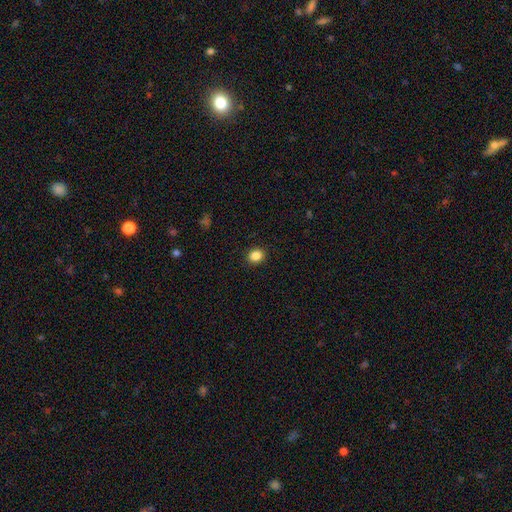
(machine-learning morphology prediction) A smooth galaxy with no disk features (86%) that is round (72%).

Vote fractions:
- Smooth or featured? smooth: 86% / star or artifact: 10% / featured or disk: 4%
- How rounded? round: 72% / in between: 27% / cigar-shaped: 1%
- Merging? none: 91% / minor disturbance: 6% / major disturbance: 2% / merger: 1%